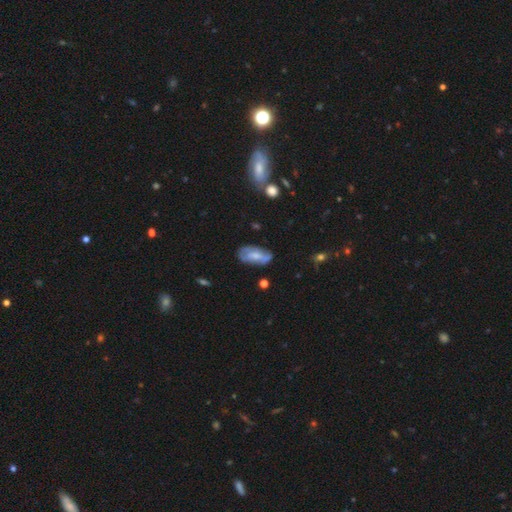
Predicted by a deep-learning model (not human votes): The model was most divided on "bulge size": small: 40%, moderate: 39%, none: 15%, large: 5%, dominant: 1%. Remaining: edge-on disk — no (92%); spiral arms — yes (72%); merging — none (63%); smooth or featured — featured or disk (56%); bar — no (47%).